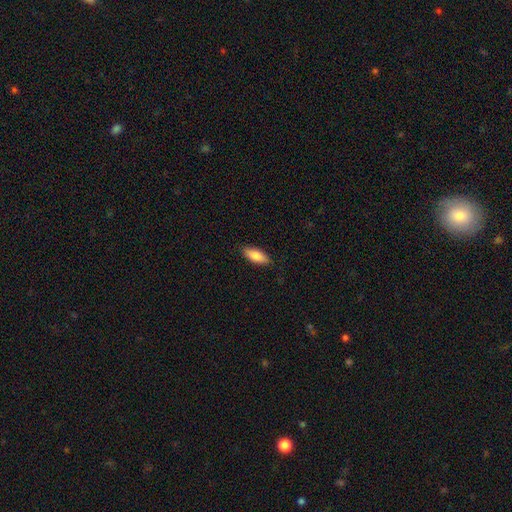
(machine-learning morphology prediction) Smooth or featured?
  - smooth: 85% *
  - featured or disk: 9%
  - star or artifact: 6%
How rounded?
  - in between: 75% *
  - cigar-shaped: 24%
  - round: 2%
Merging?
  - none: 87% *
  - minor disturbance: 10%
  - major disturbance: 2%
  - merger: 1%